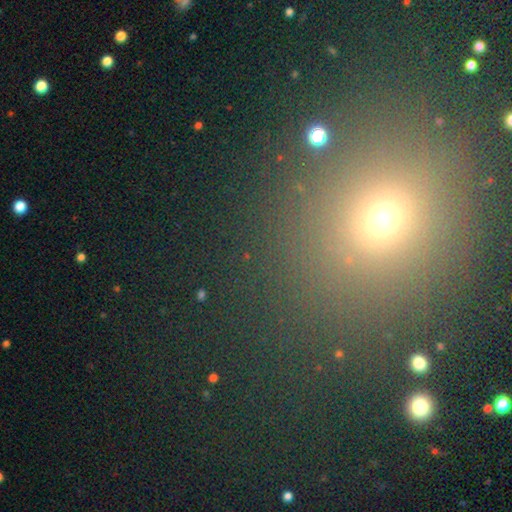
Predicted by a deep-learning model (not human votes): smooth-or-featured: star or artifact: 47% | smooth: 44% | featured or disk: 8%